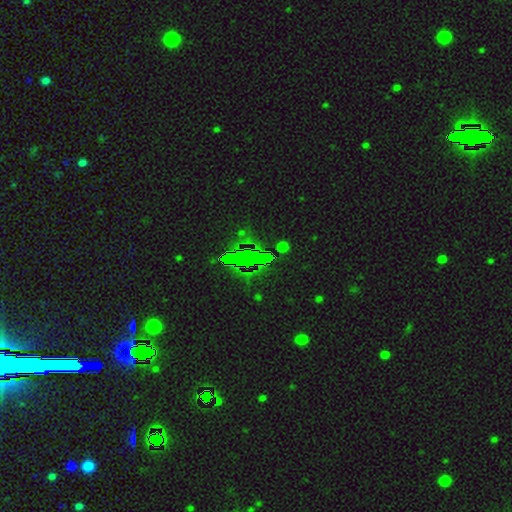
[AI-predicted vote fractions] Smooth or featured? star or artifact (66%)